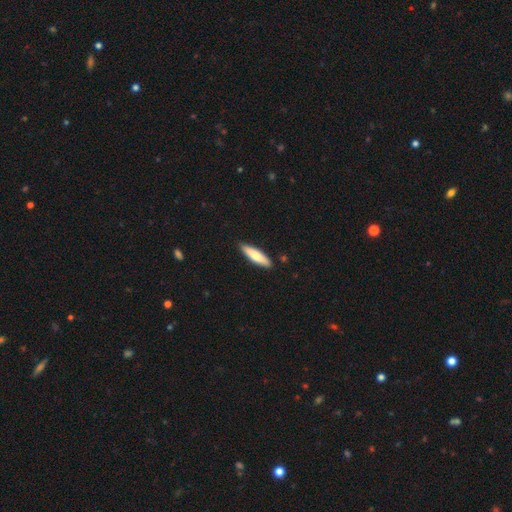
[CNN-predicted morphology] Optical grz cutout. It shows a smooth galaxy with no disk features (71%) that is cigar-shaped (71%). Merging: none (89%).